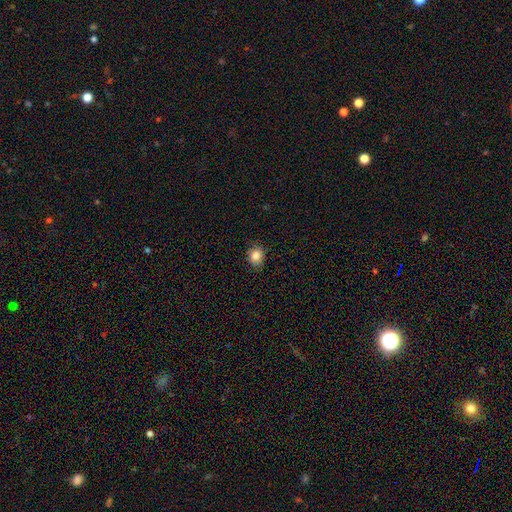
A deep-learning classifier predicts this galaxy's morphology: smooth_or_featured: smooth (p=0.84) [alt: star or artifact p=0.10]
how_rounded: round (p=0.64) [alt: in between p=0.35]
merging: none (p=0.83) [alt: minor disturbance p=0.13]